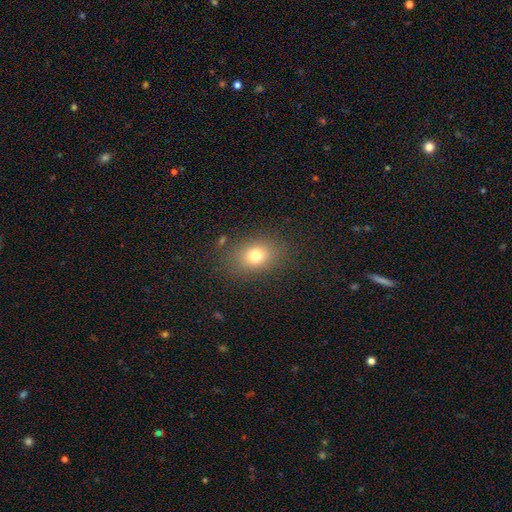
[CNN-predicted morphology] A smooth galaxy with no disk features (75%) that is in between round and cigar-shaped (63%).

Vote fractions:
- Smooth or featured? smooth: 75% / star or artifact: 14% / featured or disk: 11%
- How rounded? in between: 63% / round: 35% / cigar-shaped: 1%
- Merging? none: 83% / minor disturbance: 11% / major disturbance: 5% / merger: 2%